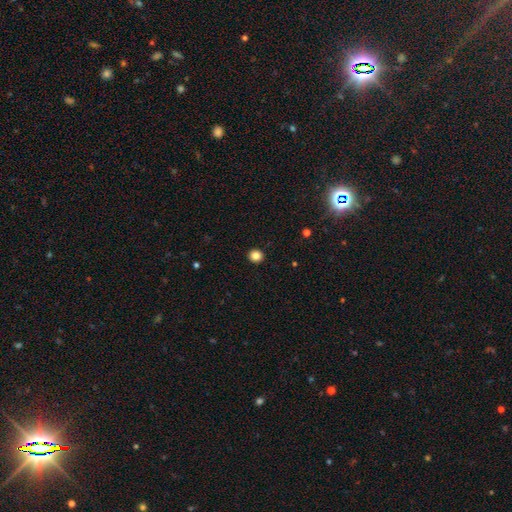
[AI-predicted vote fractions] Q: Smooth or featured?
A: smooth (84%); runner-up: star or artifact (11%)
Q: How rounded?
A: round (88%); runner-up: in between (11%)
Q: Merging?
A: none (93%); runner-up: minor disturbance (5%)